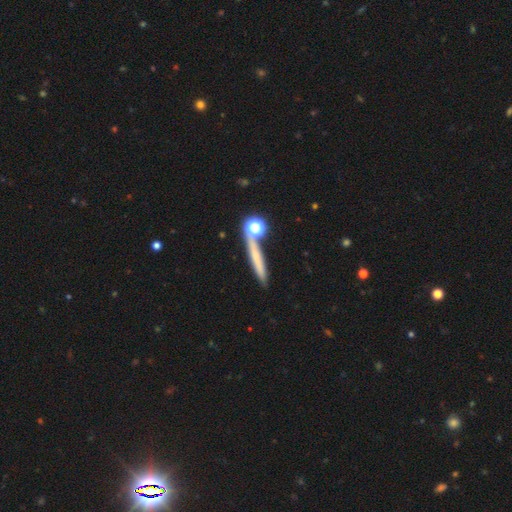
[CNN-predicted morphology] This appears to be a smooth galaxy with no disk features (54%) that is cigar-shaped (77%). Merging: none (71%).